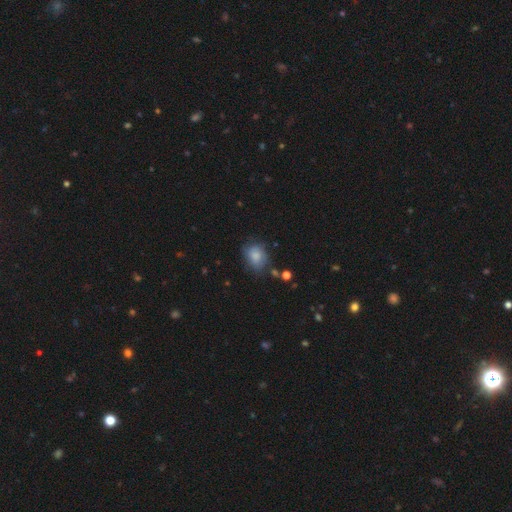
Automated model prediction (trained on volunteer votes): The model was most divided on "how rounded": in between: 57%, round: 41%, cigar-shaped: 1%. More confident: smooth or featured — smooth (78%); merging — none (63%).